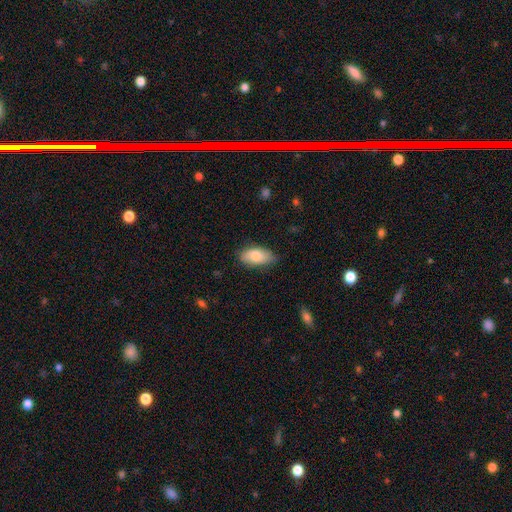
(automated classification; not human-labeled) This is clearly a smooth galaxy (81%). How rounded: clearly in between (91%). Merging: likely none (74%).